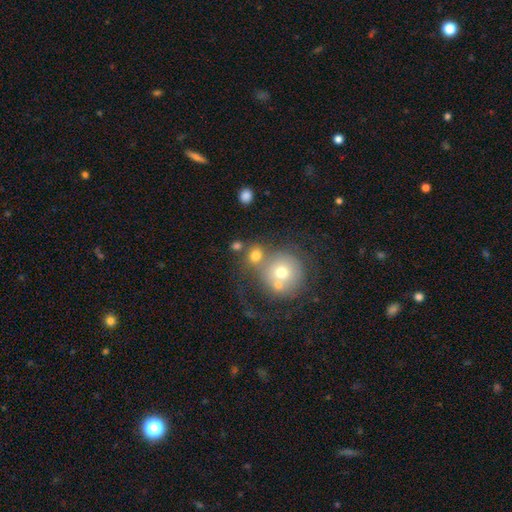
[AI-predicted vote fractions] This is likely a smooth galaxy (68%). How rounded: likely round (80%). Merging: marginally none (41%).